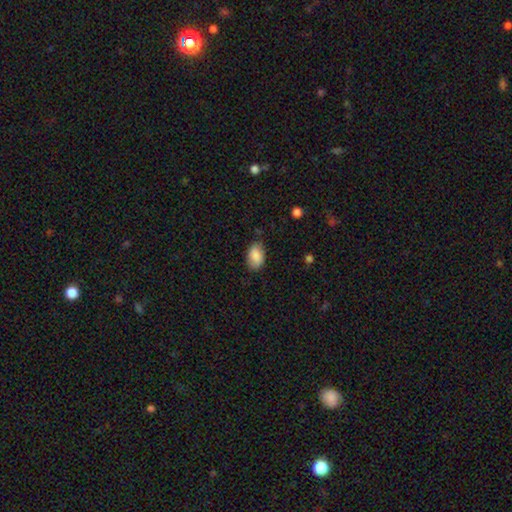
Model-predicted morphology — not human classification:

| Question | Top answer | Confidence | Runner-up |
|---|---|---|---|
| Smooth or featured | smooth | 87% | star or artifact (7%) |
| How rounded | in between | 91% | round (8%) |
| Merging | none | 76% | minor disturbance (19%) |